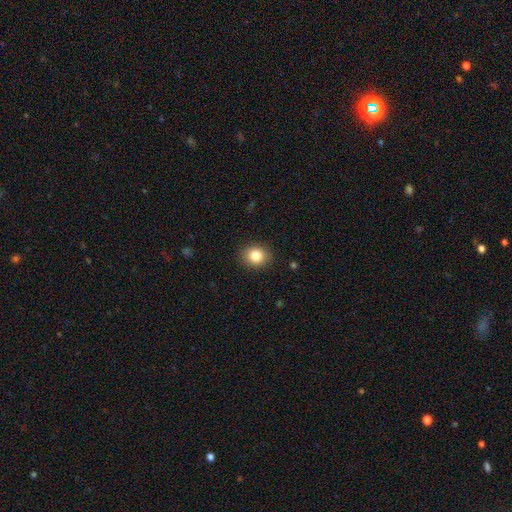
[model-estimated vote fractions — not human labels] A smooth galaxy with no disk features (83%) that is round (69%).

Vote fractions:
- Smooth or featured? smooth: 83% / star or artifact: 10% / featured or disk: 7%
- How rounded? round: 69% / in between: 30% / cigar-shaped: 1%
- Merging? none: 89% / minor disturbance: 7% / major disturbance: 2% / merger: 1%